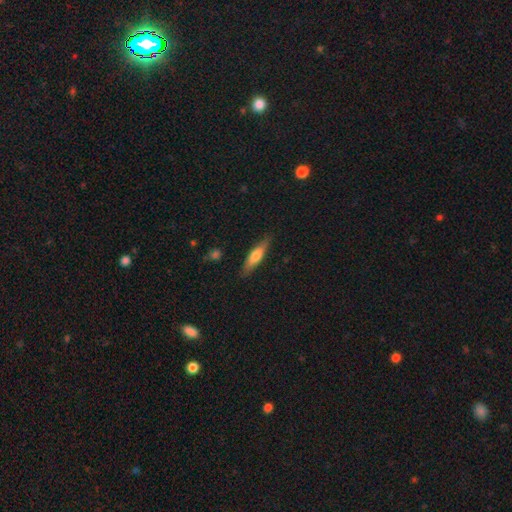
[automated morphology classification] smooth_or_featured: smooth (p=0.59) [alt: featured or disk p=0.35]
how_rounded: cigar-shaped (p=0.75) [alt: in between p=0.23]
merging: none (p=0.84) [alt: minor disturbance p=0.12]